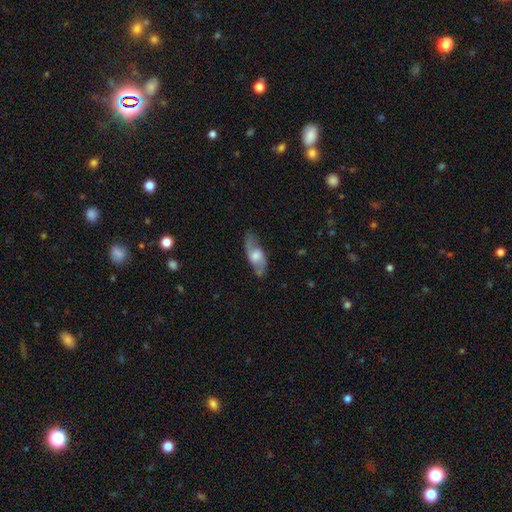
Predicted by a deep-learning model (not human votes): Q: Smooth or featured?
A: featured or disk (66%); runner-up: smooth (28%)
Q: Edge-on disk?
A: no (82%); runner-up: yes (18%)
Q: Bar?
A: no (55%); runner-up: weak (36%)
Q: Spiral arms?
A: yes (85%); runner-up: no (15%)
Q: Bulge size?
A: moderate (54%); runner-up: small (21%)
Q: Merging?
A: none (76%); runner-up: minor disturbance (16%)